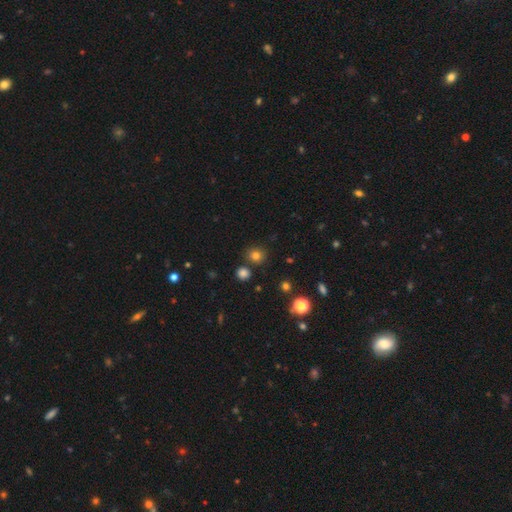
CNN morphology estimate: smooth_or_featured: smooth (p=0.79) [alt: star or artifact p=0.15]
how_rounded: round (p=0.86) [alt: in between p=0.13]
merging: none (p=0.83) [alt: minor disturbance p=0.08]